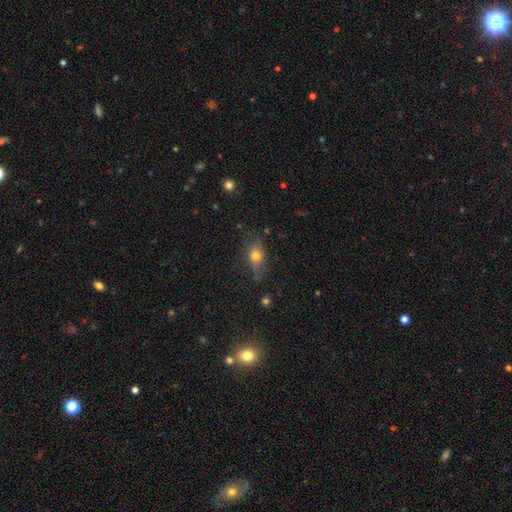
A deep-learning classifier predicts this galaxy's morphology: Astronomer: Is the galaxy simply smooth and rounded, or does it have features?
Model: smooth — 64%.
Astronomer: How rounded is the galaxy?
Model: in between — 69%.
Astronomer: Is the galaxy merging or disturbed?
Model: none — 65%.